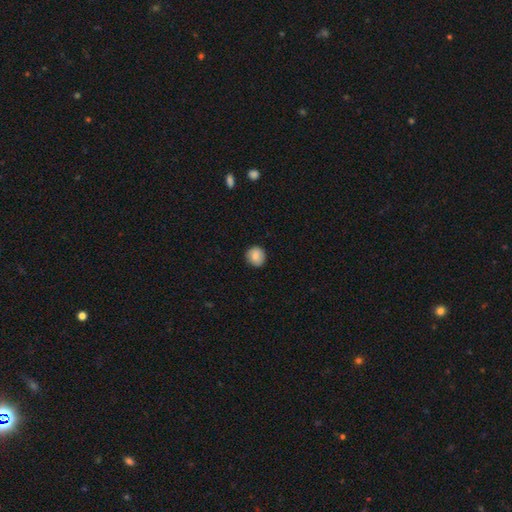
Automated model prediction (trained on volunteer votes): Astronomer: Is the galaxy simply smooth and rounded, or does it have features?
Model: smooth — 82%.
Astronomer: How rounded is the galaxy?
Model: round — 89%.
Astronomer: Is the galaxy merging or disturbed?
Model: none — 89%.